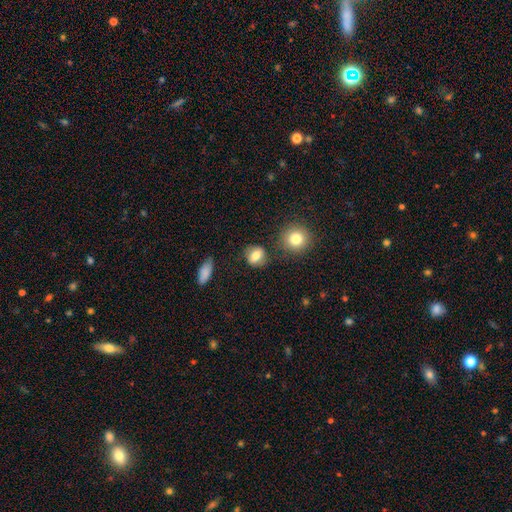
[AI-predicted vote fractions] This appears to be a smooth galaxy with no disk features (78%) that is round (62%). Merging: none (77%).